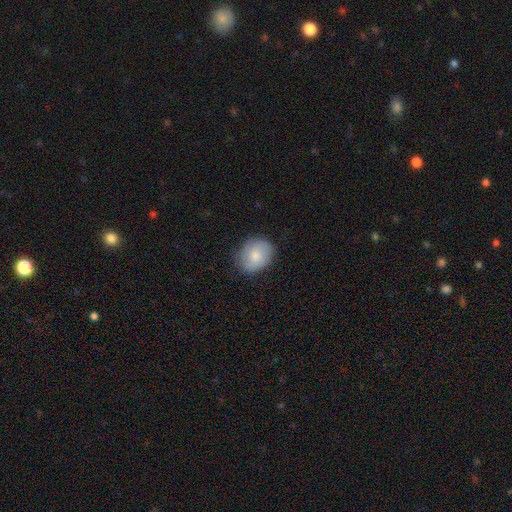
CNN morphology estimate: The model was most divided on "how rounded": round: 55%, in between: 44%, cigar-shaped: 1%. More confident: merging — none (78%); smooth or featured — smooth (78%).